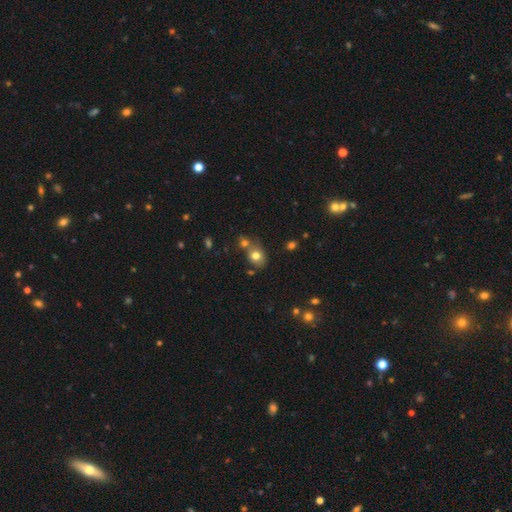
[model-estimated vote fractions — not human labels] A smooth galaxy with no disk features (77%) that is round (55%).

Vote fractions:
- Smooth or featured? smooth: 77% / star or artifact: 12% / featured or disk: 11%
- How rounded? round: 55% / in between: 43% / cigar-shaped: 1%
- Merging? none: 51% / merger: 30% / minor disturbance: 14% / major disturbance: 5%